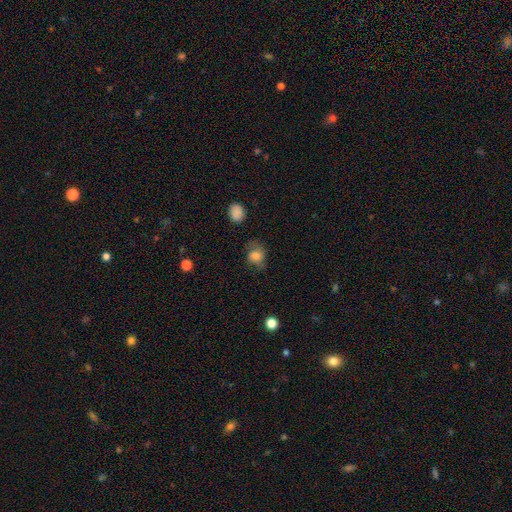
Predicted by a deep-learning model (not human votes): Smooth or featured?
  - smooth: 75% *
  - featured or disk: 14%
  - star or artifact: 11%
How rounded?
  - round: 59% *
  - in between: 40%
  - cigar-shaped: 1%
Merging?
  - none: 57% *
  - minor disturbance: 27%
  - major disturbance: 14%
  - merger: 2%